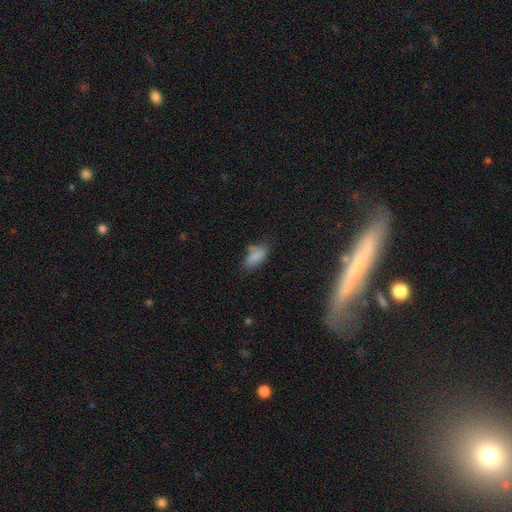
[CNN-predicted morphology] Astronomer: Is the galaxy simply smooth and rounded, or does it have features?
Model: smooth — 82%.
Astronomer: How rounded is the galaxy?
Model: in between — 88%.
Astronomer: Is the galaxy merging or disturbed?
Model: none — 55%.